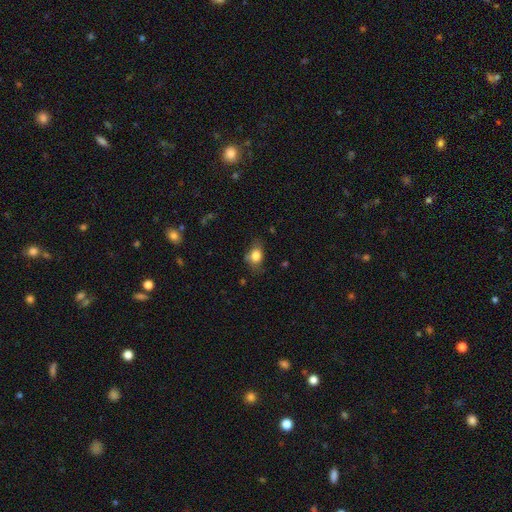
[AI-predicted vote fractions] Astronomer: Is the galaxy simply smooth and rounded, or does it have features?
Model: smooth — 79%.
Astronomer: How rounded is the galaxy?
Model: in between — 73%.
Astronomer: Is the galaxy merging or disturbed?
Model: none — 59%.